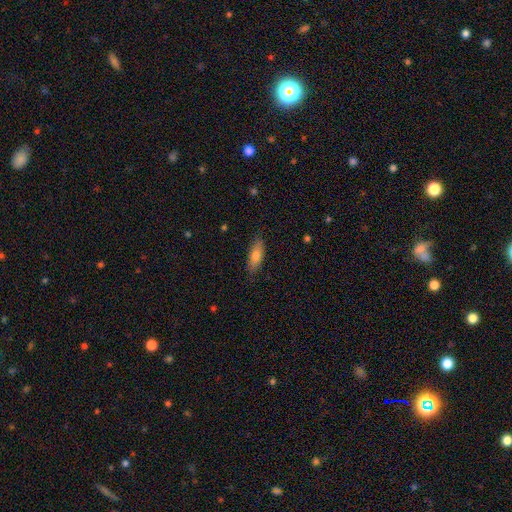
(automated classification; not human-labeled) Smooth or featured?
  - smooth: 76% *
  - featured or disk: 17%
  - star or artifact: 6%
How rounded?
  - in between: 61% *
  - cigar-shaped: 37%
  - round: 2%
Merging?
  - none: 85% *
  - minor disturbance: 12%
  - major disturbance: 2%
  - merger: 1%